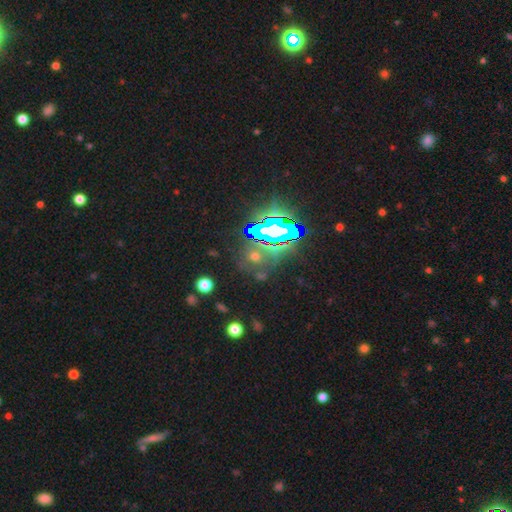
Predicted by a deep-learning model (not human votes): Smooth or featured?
  - star or artifact: 67% *
  - smooth: 22%
  - featured or disk: 11%